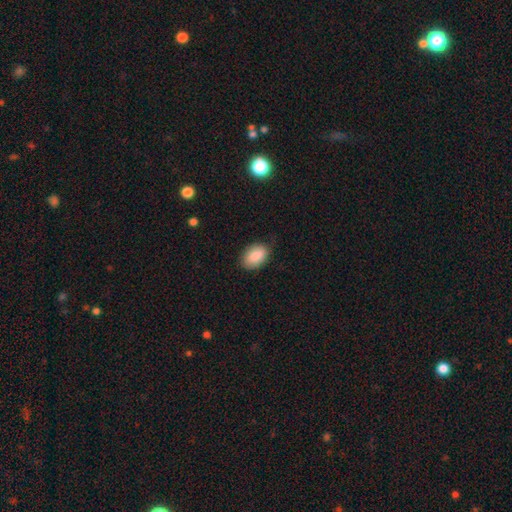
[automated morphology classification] Smooth or featured? Predicted: smooth (p=0.88). How rounded? Predicted: in between (p=0.90). Merging? Predicted: none (p=0.77).